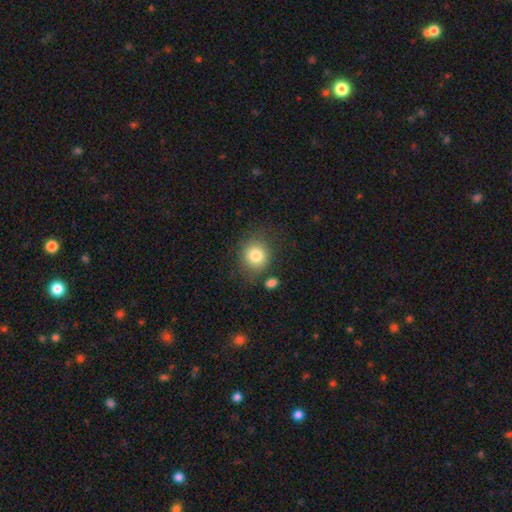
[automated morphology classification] A smooth galaxy with no disk features (81%) that is round (82%). Merging: none (76%).